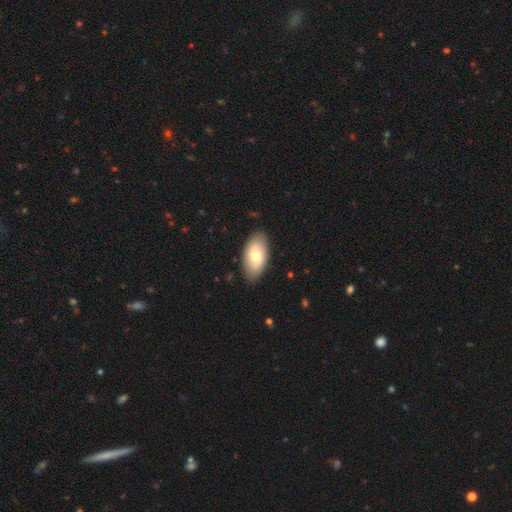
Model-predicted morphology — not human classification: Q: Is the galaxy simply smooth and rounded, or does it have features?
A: smooth — 73%.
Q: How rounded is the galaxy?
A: in between — 95%.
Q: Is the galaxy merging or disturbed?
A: none — 84%.